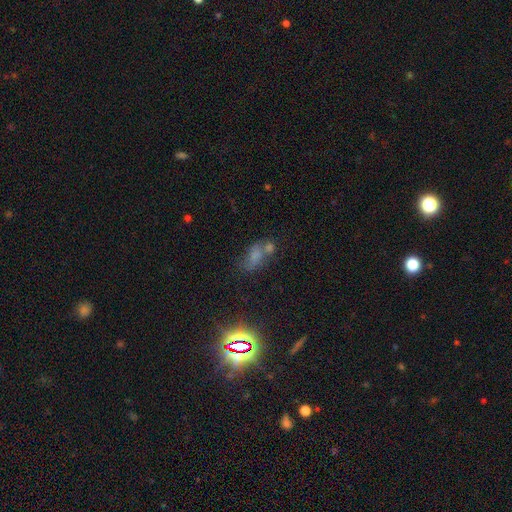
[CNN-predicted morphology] The model was most divided on "merging": none: 38%, merger: 32%, minor disturbance: 17%, major disturbance: 13%. Remaining: smooth or featured — smooth (49%).